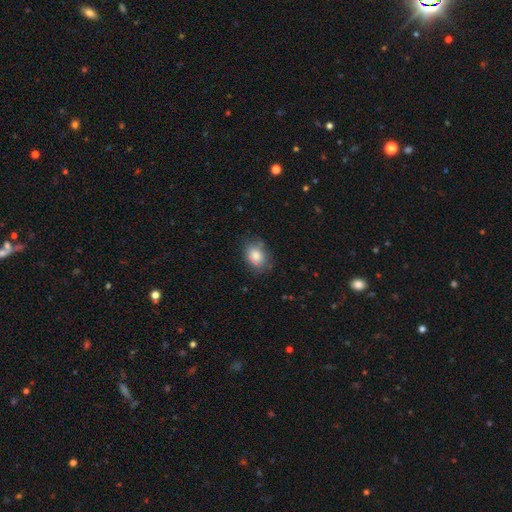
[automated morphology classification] Smooth or featured? Predicted: smooth (p=0.79). How rounded? Predicted: in between (p=0.71). Merging? Predicted: none (p=0.69).